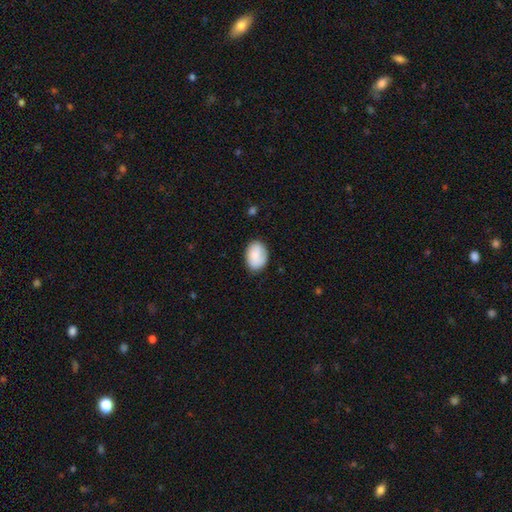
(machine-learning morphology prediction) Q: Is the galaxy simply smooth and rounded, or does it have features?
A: smooth — 79%.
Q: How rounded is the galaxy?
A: in between — 78%.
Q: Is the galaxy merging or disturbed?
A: none — 78%.